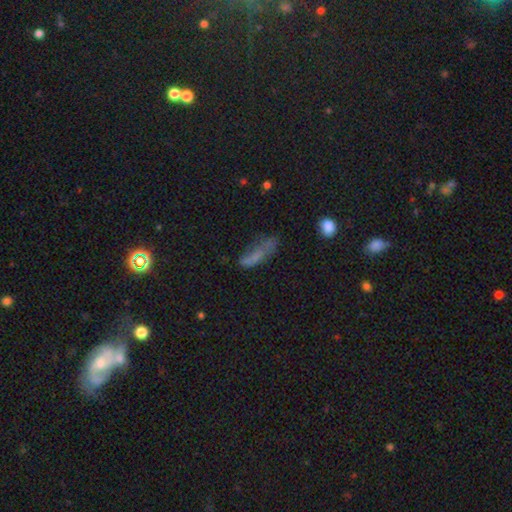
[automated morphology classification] Q: Smooth or featured?
A: smooth (54%); runner-up: featured or disk (26%)
Q: How rounded?
A: in between (50%); runner-up: cigar-shaped (45%)
Q: Merging?
A: none (41%); runner-up: minor disturbance (26%)